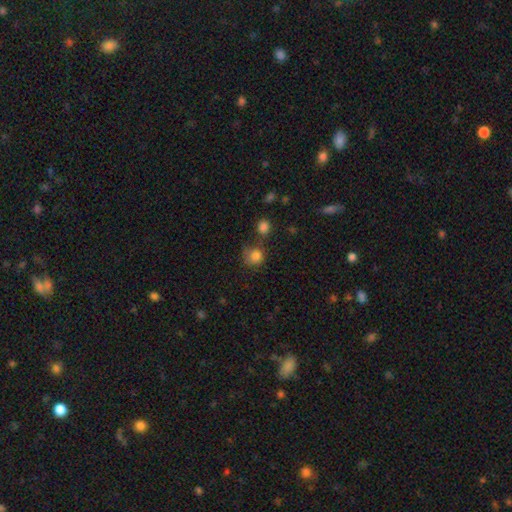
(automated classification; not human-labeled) smooth 81%, star or artifact 11%, featured or disk 8%. Down the decision tree: how rounded — round (83%); merging — none (51%).